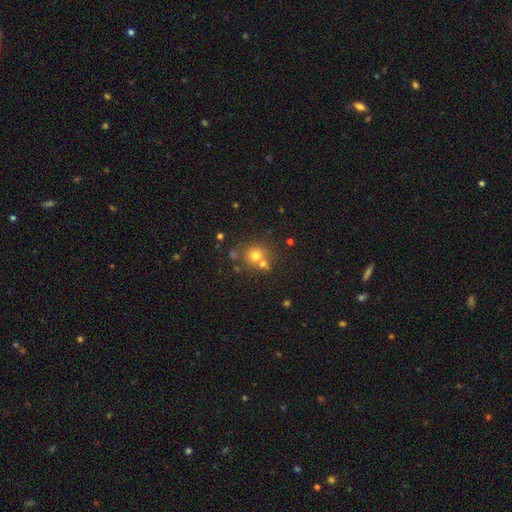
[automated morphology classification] Q: Smooth or featured?
A: smooth (70%); runner-up: star or artifact (17%)
Q: How rounded?
A: round (88%); runner-up: in between (11%)
Q: Merging?
A: none (60%); runner-up: merger (28%)